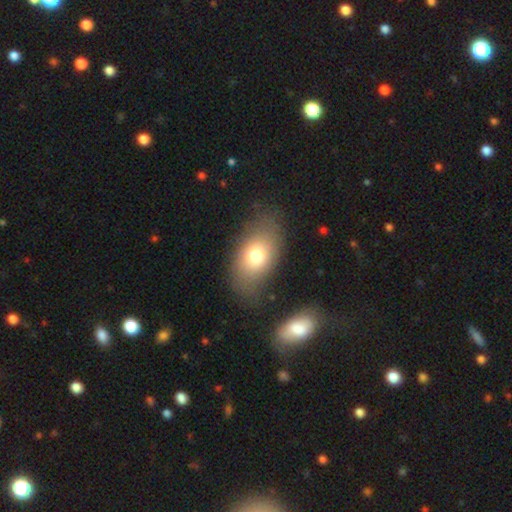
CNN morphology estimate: smooth 71%, featured or disk 19%, star or artifact 10%. Down the decision tree: how rounded — in between (85%); merging — none (74%).